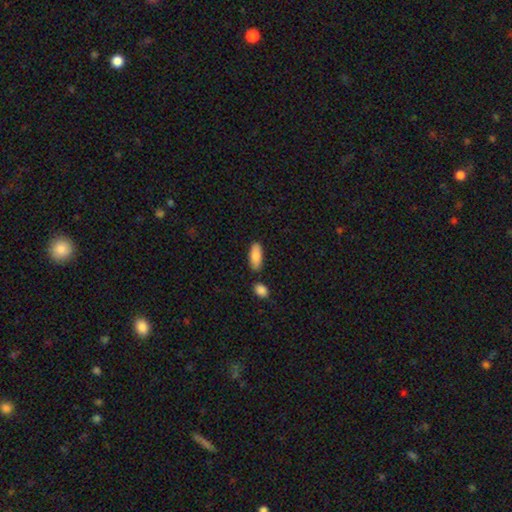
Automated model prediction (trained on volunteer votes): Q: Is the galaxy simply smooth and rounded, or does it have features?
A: smooth — 85%.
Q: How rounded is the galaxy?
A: in between — 77%.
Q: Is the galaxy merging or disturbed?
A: none — 79%.